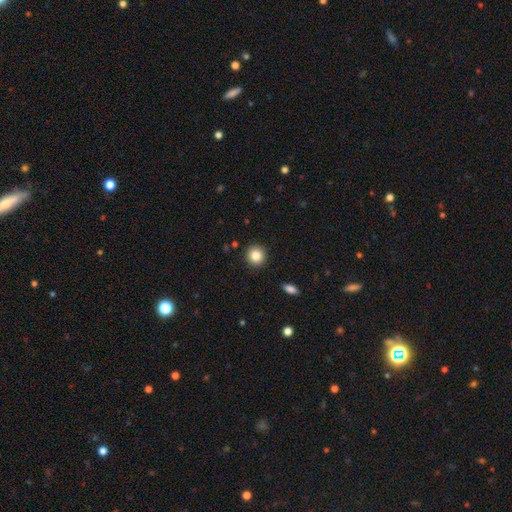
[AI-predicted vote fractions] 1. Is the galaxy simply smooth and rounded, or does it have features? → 84% smooth, 9% star or artifact, 6% featured or disk.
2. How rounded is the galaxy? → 92% round, 7% in between, 1% cigar-shaped.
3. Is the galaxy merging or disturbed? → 91% none, 6% minor disturbance, 2% major disturbance, 1% merger.